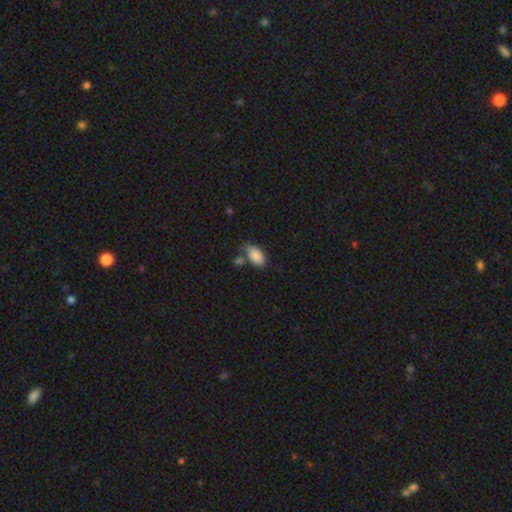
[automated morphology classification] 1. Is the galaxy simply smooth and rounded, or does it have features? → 87% smooth, 7% star or artifact, 6% featured or disk.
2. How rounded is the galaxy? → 93% in between, 4% cigar-shaped, 3% round.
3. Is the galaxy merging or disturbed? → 58% none, 20% minor disturbance, 16% merger, 6% major disturbance.